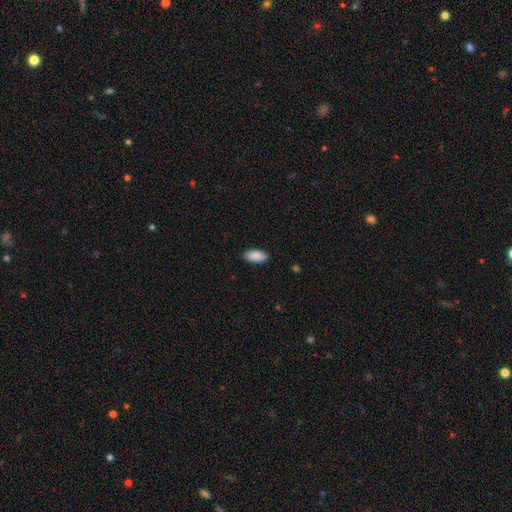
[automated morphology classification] This appears to be a smooth galaxy with no disk features (90%) that is in between round and cigar-shaped (92%). Merging: none (89%).